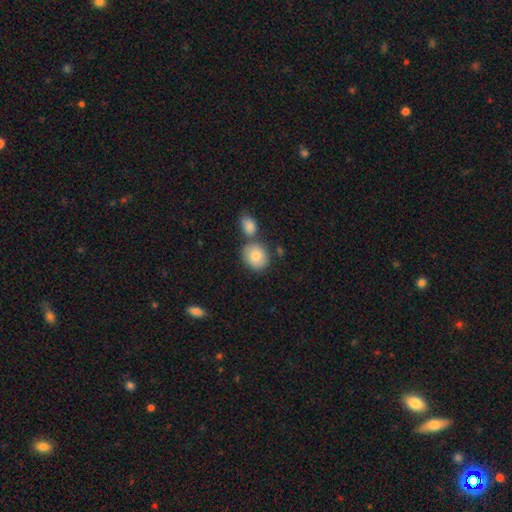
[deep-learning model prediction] Smooth or featured?
  - smooth: 82% *
  - featured or disk: 10%
  - star or artifact: 7%
How rounded?
  - round: 63% *
  - in between: 36%
  - cigar-shaped: 1%
Merging?
  - none: 60% *
  - merger: 25%
  - minor disturbance: 12%
  - major disturbance: 3%